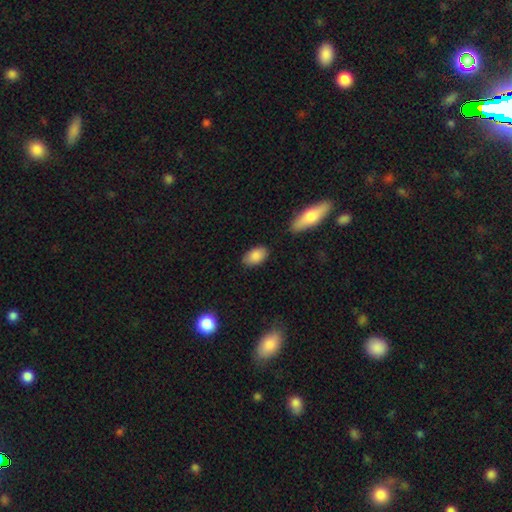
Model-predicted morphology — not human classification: A smooth galaxy with no disk features (87%) that is in between round and cigar-shaped (92%).

Vote fractions:
- Smooth or featured? smooth: 87% / star or artifact: 7% / featured or disk: 6%
- How rounded? in between: 92% / round: 6% / cigar-shaped: 2%
- Merging? none: 83% / minor disturbance: 12% / major disturbance: 3% / merger: 2%